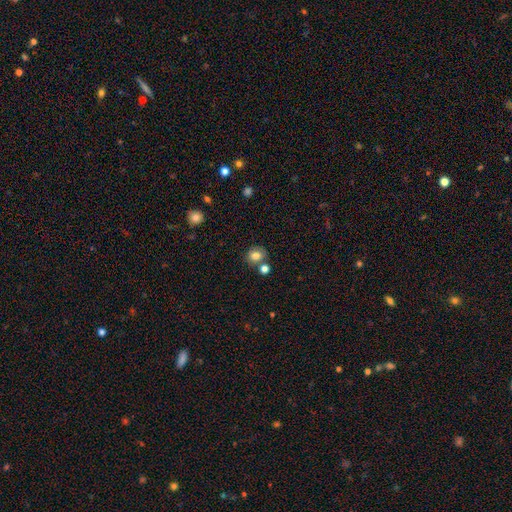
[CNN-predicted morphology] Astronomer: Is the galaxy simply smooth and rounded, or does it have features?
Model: smooth — 77%.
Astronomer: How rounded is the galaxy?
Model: round — 73%.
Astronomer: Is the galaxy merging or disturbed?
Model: none — 65%.